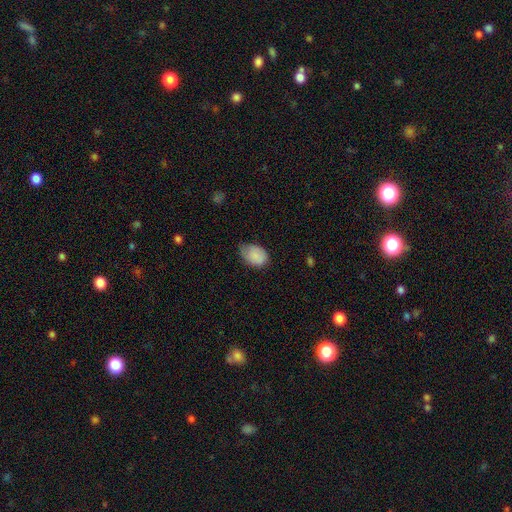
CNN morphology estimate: A smooth galaxy with no disk features (85%) that is in between round and cigar-shaped (79%).

Vote fractions:
- Smooth or featured? smooth: 85% / featured or disk: 8% / star or artifact: 7%
- How rounded? in between: 79% / round: 19% / cigar-shaped: 1%
- Merging? none: 49% / minor disturbance: 41% / major disturbance: 9% / merger: 1%